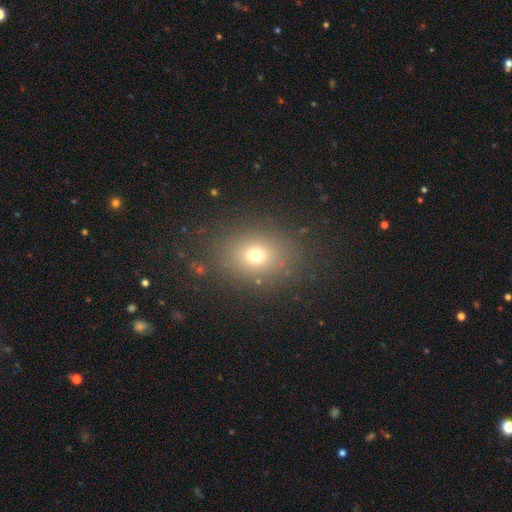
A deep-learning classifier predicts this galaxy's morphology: The model was most divided on "how rounded": round: 52%, in between: 47%, cigar-shaped: 1%. More confident: merging — none (85%); smooth or featured — smooth (70%).